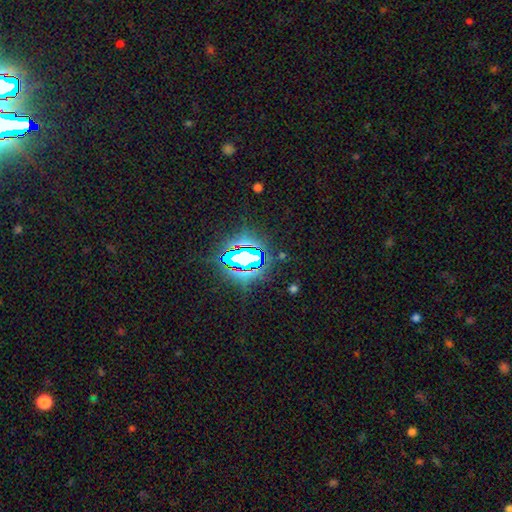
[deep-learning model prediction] star or artifact 80%, smooth 12%, featured or disk 9%.